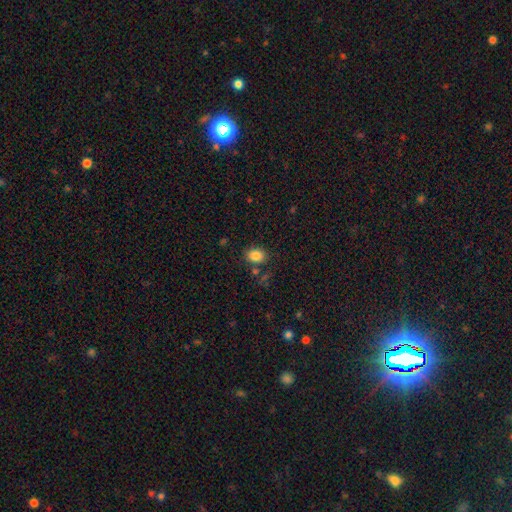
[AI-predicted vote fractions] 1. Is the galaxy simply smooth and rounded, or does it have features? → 84% smooth, 10% star or artifact, 6% featured or disk.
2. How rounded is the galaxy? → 59% in between, 40% round, 1% cigar-shaped.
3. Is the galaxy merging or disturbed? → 79% none, 11% minor disturbance, 6% merger, 4% major disturbance.